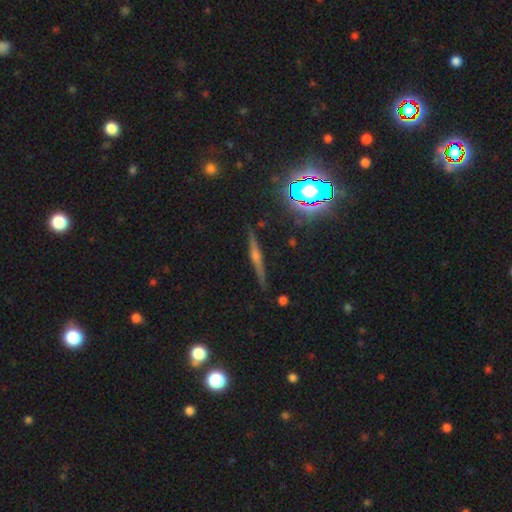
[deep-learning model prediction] Overall: featured or disk (68%). Edge-on disk: yes (97%). Edge-on bulge: rounded (79%). Merging: none (88%).